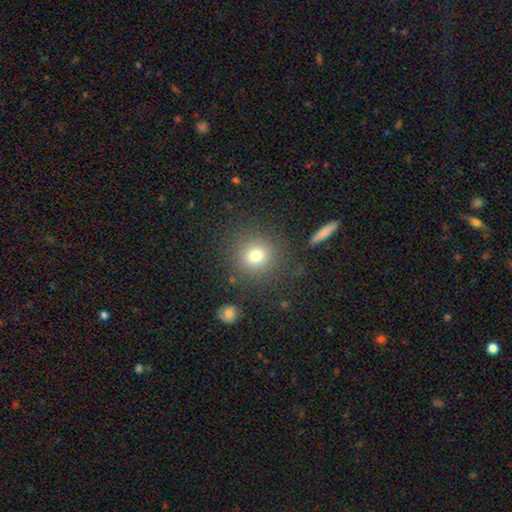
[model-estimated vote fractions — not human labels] smooth_or_featured: smooth (p=0.77) [alt: star or artifact p=0.14]
how_rounded: round (p=0.88) [alt: in between p=0.11]
merging: none (p=0.84) [alt: minor disturbance p=0.09]